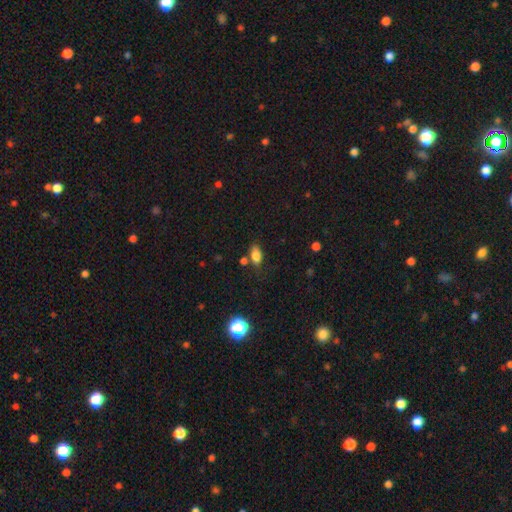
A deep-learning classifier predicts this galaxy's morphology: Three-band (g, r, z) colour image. It shows a smooth galaxy with no disk features (82%) that is in between round and cigar-shaped (87%). Merging: none (69%).